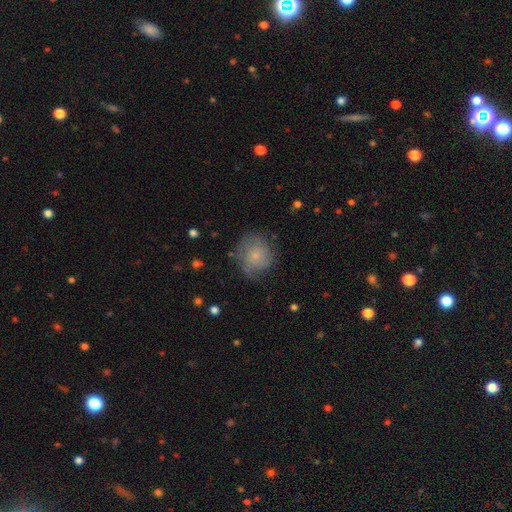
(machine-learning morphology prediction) Q: Smooth or featured?
A: smooth (58%); runner-up: featured or disk (33%)
Q: How rounded?
A: round (84%); runner-up: in between (15%)
Q: Merging?
A: none (64%); runner-up: minor disturbance (24%)